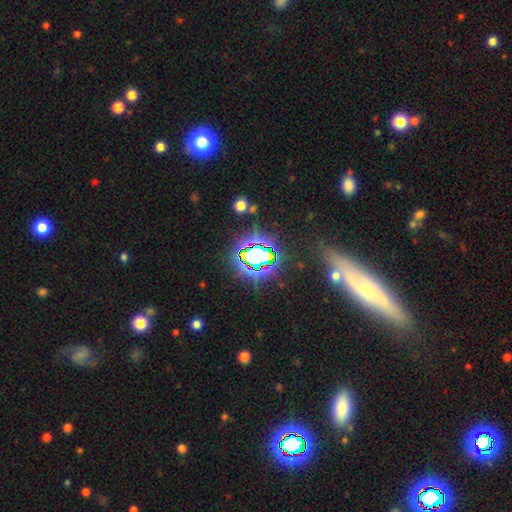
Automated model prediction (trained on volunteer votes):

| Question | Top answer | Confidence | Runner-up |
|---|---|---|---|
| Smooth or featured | star or artifact | 72% | smooth (16%) |